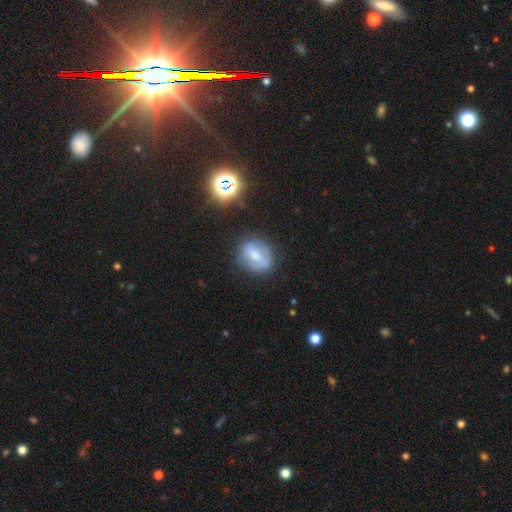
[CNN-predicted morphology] smooth-or-featured: smooth: 53% | featured or disk: 35% | star or artifact: 12%
  how-rounded: round: 51% | in between: 47% | cigar-shaped: 2%
  merging: none: 70% | minor disturbance: 20% | major disturbance: 7% | merger: 3%